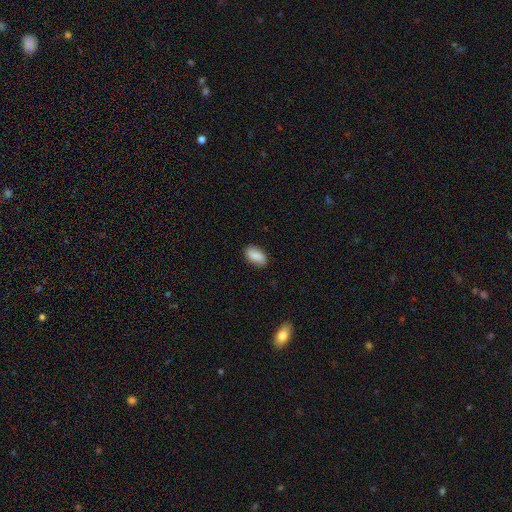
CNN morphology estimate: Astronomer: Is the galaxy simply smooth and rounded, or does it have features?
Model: smooth — 84%.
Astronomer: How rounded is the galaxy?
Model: in between — 93%.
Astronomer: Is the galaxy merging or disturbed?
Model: none — 85%.